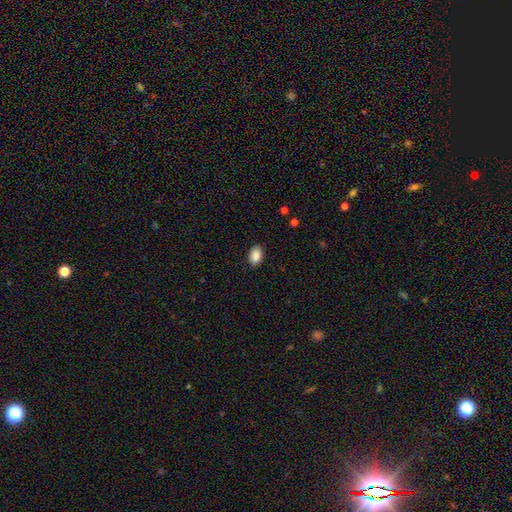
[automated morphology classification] The model was most divided on "how rounded": in between: 85%, round: 14%, cigar-shaped: 1%. More confident: smooth or featured — smooth (89%); merging — none (89%).